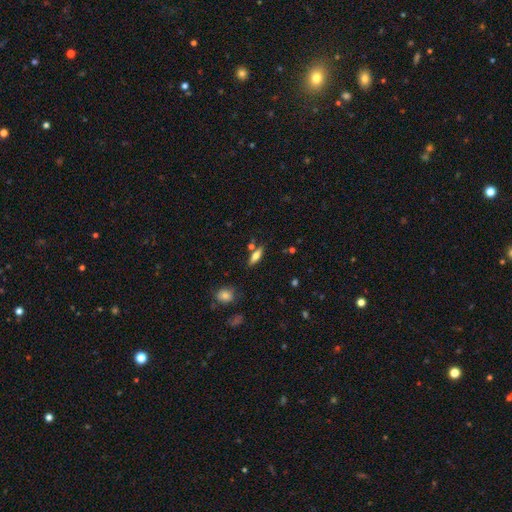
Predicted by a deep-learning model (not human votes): A smooth galaxy with no disk features (54%) that is cigar-shaped (50%). Merging: none (78%).